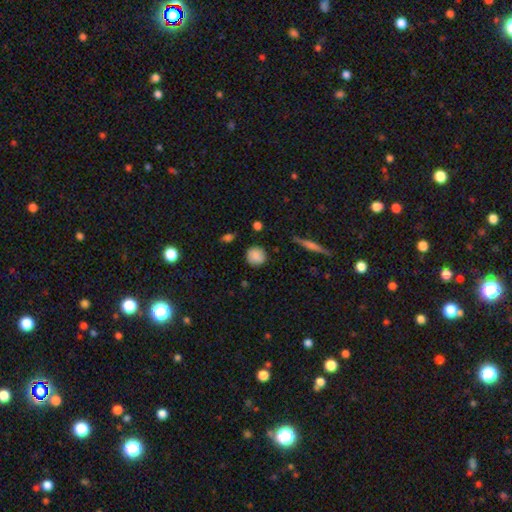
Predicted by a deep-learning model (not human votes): A smooth galaxy with no disk features (82%) that is round (87%).

Vote fractions:
- Smooth or featured? smooth: 82% / featured or disk: 10% / star or artifact: 8%
- How rounded? round: 87% / in between: 11% / cigar-shaped: 1%
- Merging? none: 84% / minor disturbance: 12% / major disturbance: 3% / merger: 2%